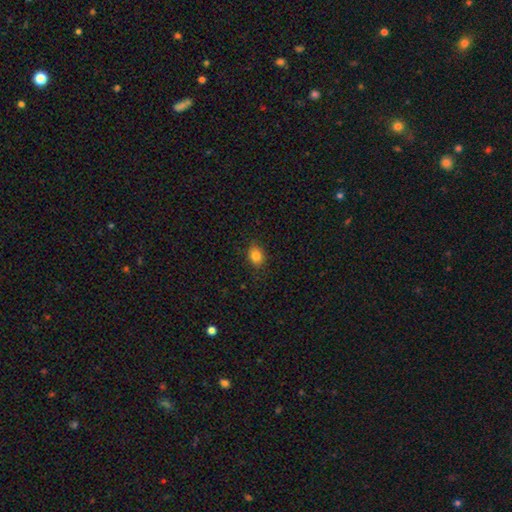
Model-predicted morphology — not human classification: Smooth or featured?
  - smooth: 83% *
  - star or artifact: 11%
  - featured or disk: 6%
How rounded?
  - round: 54% *
  - in between: 45%
  - cigar-shaped: 1%
Merging?
  - none: 84% *
  - minor disturbance: 12%
  - major disturbance: 3%
  - merger: 1%